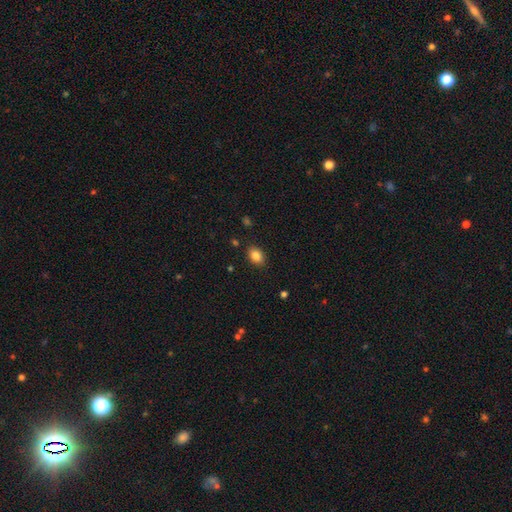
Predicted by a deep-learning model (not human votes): Overall: smooth (85%). How rounded: in between (79%). Merging: none (86%).